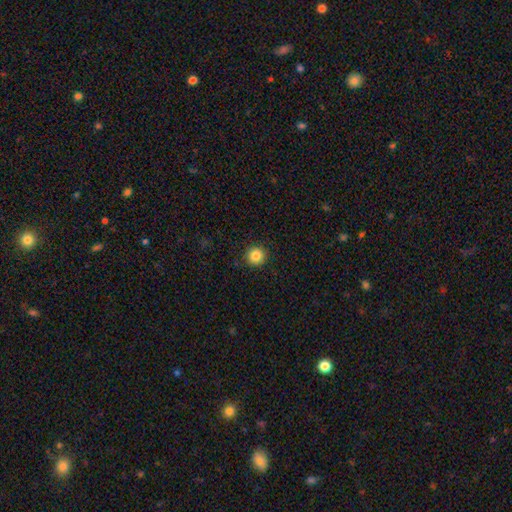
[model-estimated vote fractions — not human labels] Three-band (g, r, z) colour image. It shows a smooth galaxy with no disk features (85%) that is round (94%). Merging: none (92%).